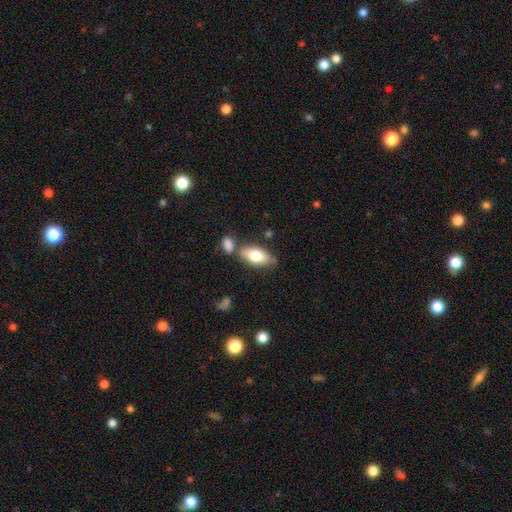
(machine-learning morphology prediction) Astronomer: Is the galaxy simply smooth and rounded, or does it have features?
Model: smooth — 75%.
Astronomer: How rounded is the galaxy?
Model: in between — 90%.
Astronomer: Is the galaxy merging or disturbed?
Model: none — 61%.